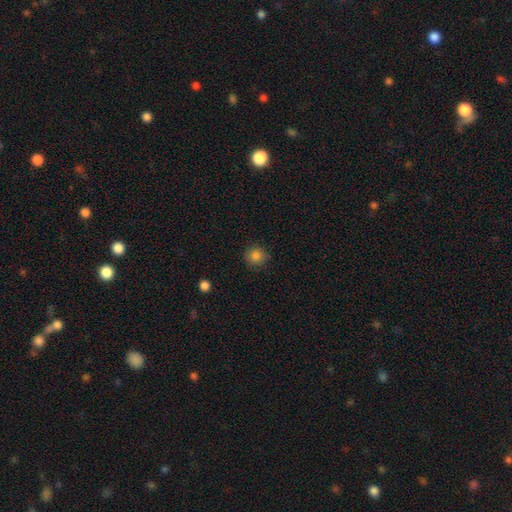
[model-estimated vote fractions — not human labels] This appears to be a smooth galaxy with no disk features (84%) that is round (91%). Merging: none (88%).